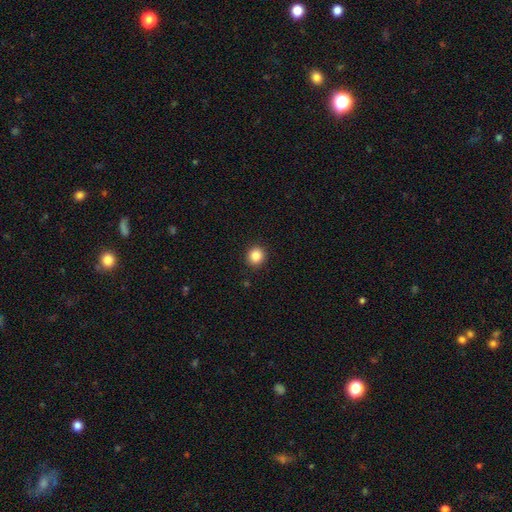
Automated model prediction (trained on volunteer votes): Smooth or featured: smooth — 86% (star or artifact — 10%)
How rounded: round — 88% (in between — 11%)
Merging: none — 92% (minor disturbance — 5%)